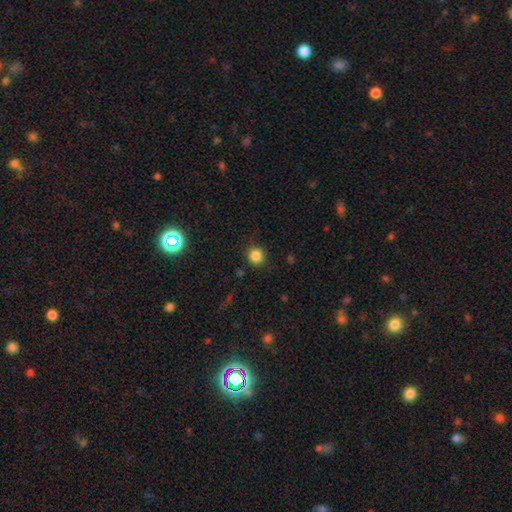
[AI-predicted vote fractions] smooth-or-featured: smooth: 84% | star or artifact: 12% | featured or disk: 4%
  how-rounded: round: 90% | in between: 9% | cigar-shaped: 1%
  merging: none: 88% | minor disturbance: 7% | major disturbance: 3% | merger: 1%